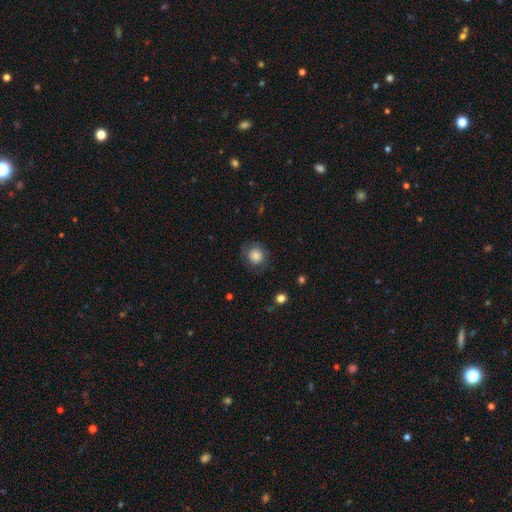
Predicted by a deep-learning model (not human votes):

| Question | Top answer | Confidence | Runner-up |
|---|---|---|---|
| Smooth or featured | smooth | 80% | featured or disk (12%) |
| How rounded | round | 87% | in between (12%) |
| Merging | none | 75% | minor disturbance (16%) |